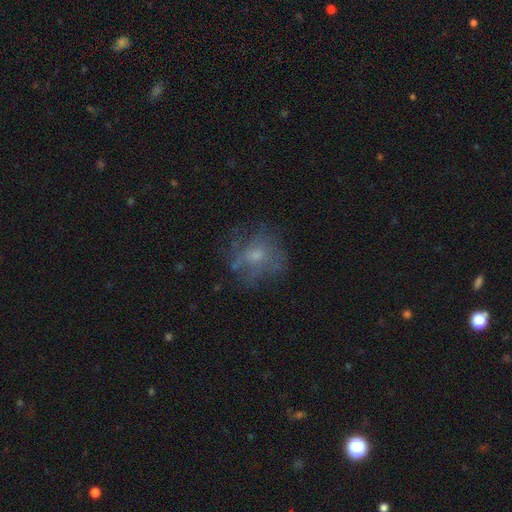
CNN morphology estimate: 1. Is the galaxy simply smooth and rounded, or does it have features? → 44% smooth, 40% featured or disk, 16% star or artifact.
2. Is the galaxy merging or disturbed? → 61% none, 19% minor disturbance, 17% major disturbance, 2% merger.